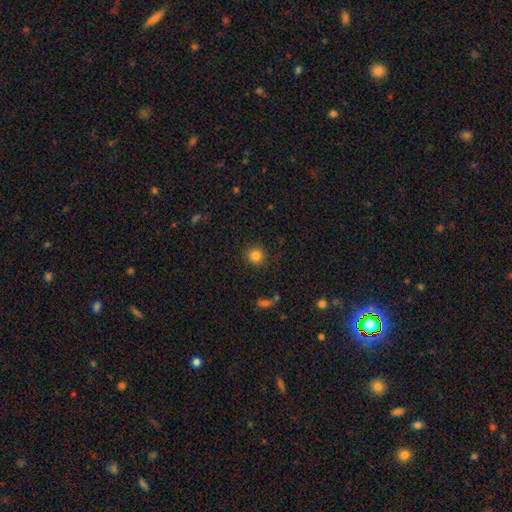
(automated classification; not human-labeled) Smooth or featured? Predicted: smooth (p=0.82). How rounded? Predicted: round (p=0.92). Merging? Predicted: none (p=0.88).